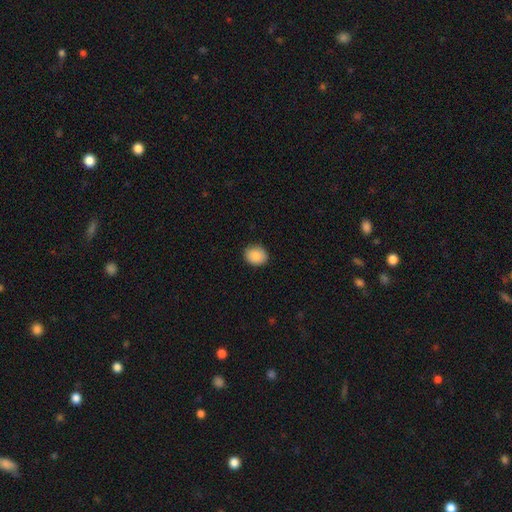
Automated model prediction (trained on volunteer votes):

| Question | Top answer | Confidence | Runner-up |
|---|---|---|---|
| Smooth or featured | smooth | 89% | star or artifact (8%) |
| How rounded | round | 58% | in between (41%) |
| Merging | none | 88% | minor disturbance (9%) |